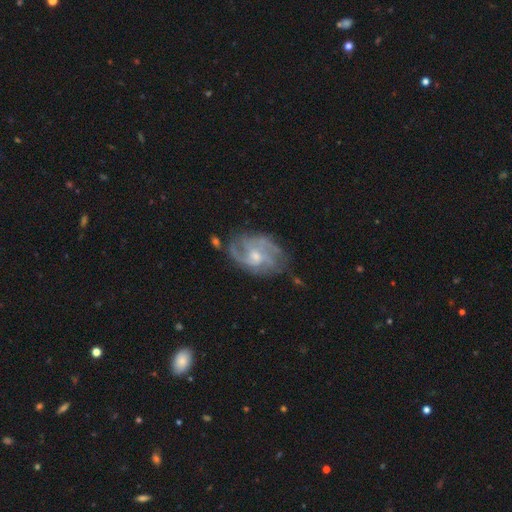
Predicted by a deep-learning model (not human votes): Q: Smooth or featured?
A: featured or disk (85%); runner-up: smooth (9%)
Q: Edge-on disk?
A: no (97%); runner-up: yes (3%)
Q: Bar?
A: no (53%); runner-up: weak (40%)
Q: Spiral arms?
A: yes (94%); runner-up: no (6%)
Q: Spiral winding?
A: medium (44%); runner-up: tight (39%)
Q: Spiral arm count?
A: 2 (29%); runner-up: 3 (27%)
Q: Bulge size?
A: moderate (49%); runner-up: small (44%)
Q: Merging?
A: none (67%); runner-up: minor disturbance (21%)